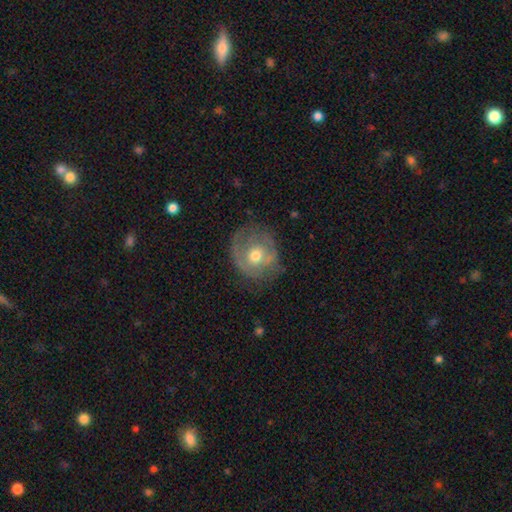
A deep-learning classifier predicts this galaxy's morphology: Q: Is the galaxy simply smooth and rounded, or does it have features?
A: featured or disk — 55%.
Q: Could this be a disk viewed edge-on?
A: no — 96%.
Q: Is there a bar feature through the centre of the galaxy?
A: no — 79%.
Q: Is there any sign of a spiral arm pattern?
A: no — 51%.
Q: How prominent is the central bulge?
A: moderate — 73%.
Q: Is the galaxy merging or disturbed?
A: none — 56%.